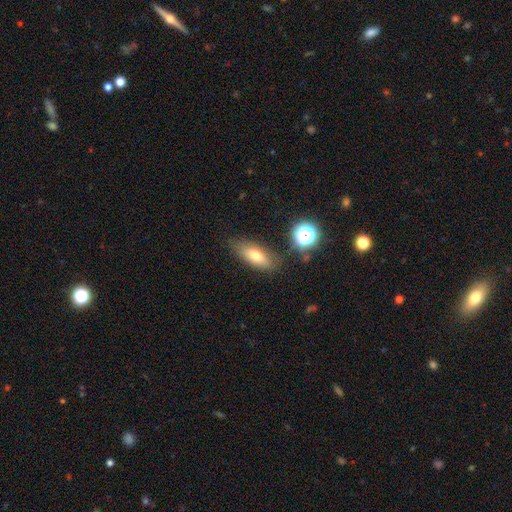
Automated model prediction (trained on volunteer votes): smooth_or_featured: smooth (p=0.70) [alt: featured or disk p=0.19]
how_rounded: in between (p=0.68) [alt: cigar-shaped p=0.27]
merging: none (p=0.74) [alt: minor disturbance p=0.17]